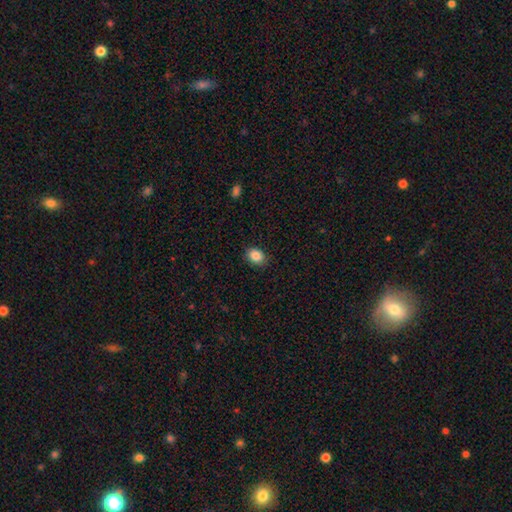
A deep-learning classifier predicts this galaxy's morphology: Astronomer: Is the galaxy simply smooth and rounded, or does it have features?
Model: smooth — 86%.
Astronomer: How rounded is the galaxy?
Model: in between — 64%.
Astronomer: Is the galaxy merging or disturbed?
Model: none — 88%.